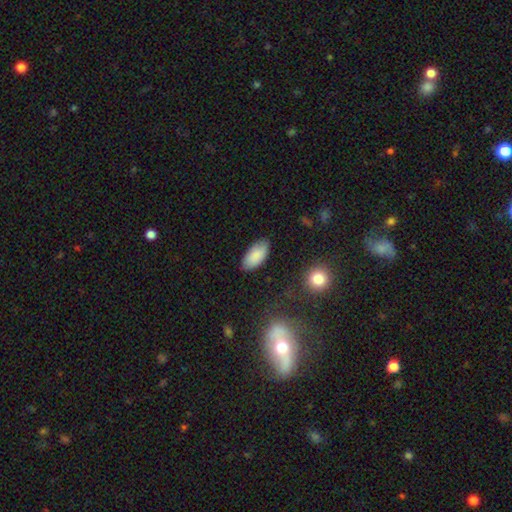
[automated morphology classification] smooth_or_featured: smooth (p=0.88) [alt: star or artifact p=0.06]
how_rounded: in between (p=0.94) [alt: cigar-shaped p=0.04]
merging: none (p=0.82) [alt: minor disturbance p=0.14]